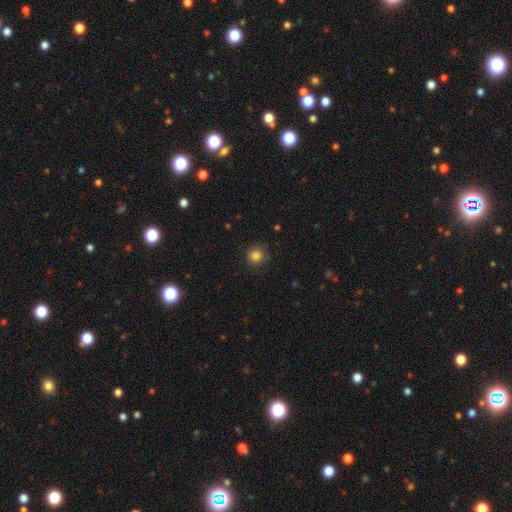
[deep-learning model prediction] smooth 85%, star or artifact 11%, featured or disk 4%. Down the decision tree: how rounded — round (91%); merging — none (87%).